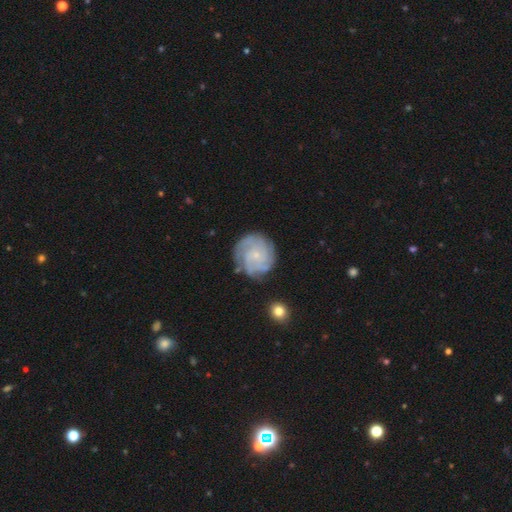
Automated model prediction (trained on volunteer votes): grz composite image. It shows a featured or disk galaxy (77%) with no bar (77%), tight (67%) spiral arms (94%) and a small central bulge (77%). Merging: none (76%).